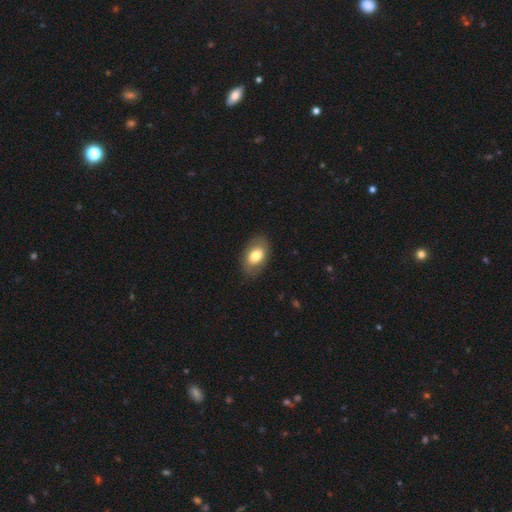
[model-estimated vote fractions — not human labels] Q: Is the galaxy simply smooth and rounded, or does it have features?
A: smooth — 73%.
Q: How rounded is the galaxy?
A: in between — 87%.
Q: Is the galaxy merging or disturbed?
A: none — 83%.